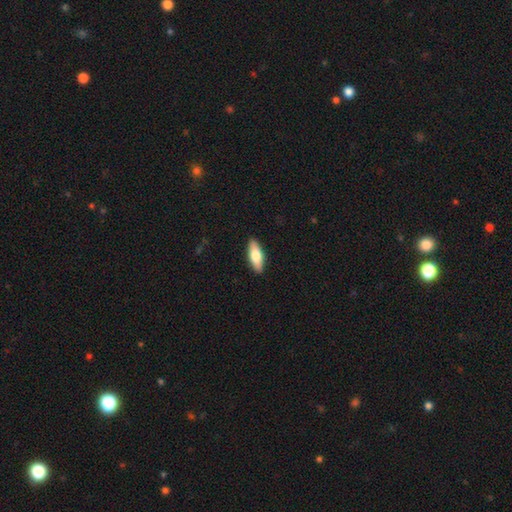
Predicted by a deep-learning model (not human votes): A smooth galaxy with no disk features (68%) that is in between round and cigar-shaped (64%). Merging: none (91%).